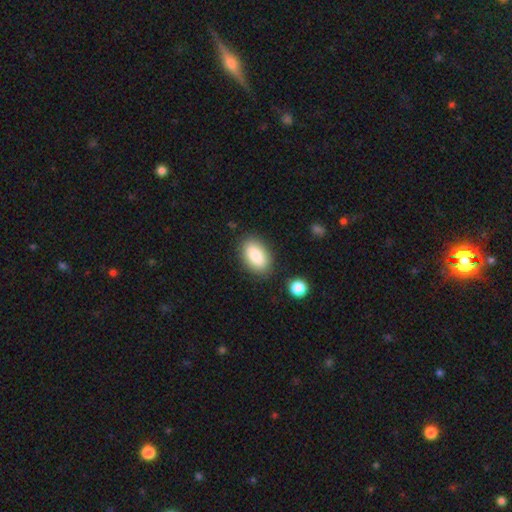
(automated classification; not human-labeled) Smooth or featured?
  - smooth: 85% *
  - featured or disk: 8%
  - star or artifact: 7%
How rounded?
  - in between: 93% *
  - round: 5%
  - cigar-shaped: 3%
Merging?
  - none: 83% *
  - minor disturbance: 11%
  - merger: 3%
  - major disturbance: 3%